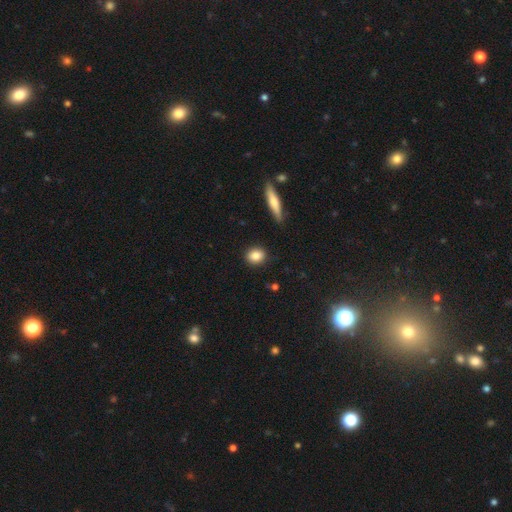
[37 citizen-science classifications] smooth 84%, star or artifact 11%, featured or disk 5%. Down the decision tree: how rounded — round (68%); merging — none (97%).